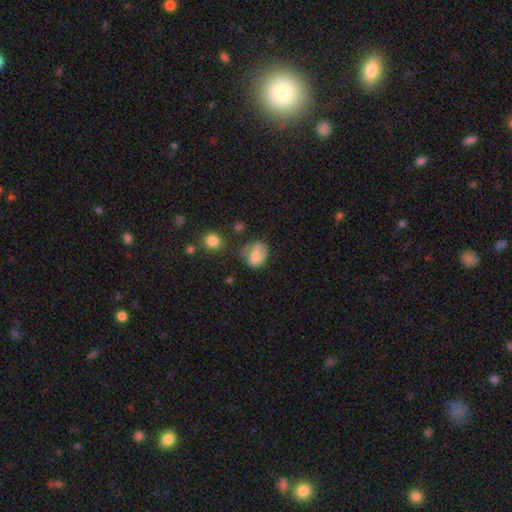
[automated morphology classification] A smooth galaxy with no disk features (59%) that is in between round and cigar-shaped (60%).

Vote fractions:
- Smooth or featured? smooth: 59% / featured or disk: 31% / star or artifact: 10%
- How rounded? in between: 60% / round: 39% / cigar-shaped: 1%
- Merging? none: 43% / minor disturbance: 32% / major disturbance: 18% / merger: 7%